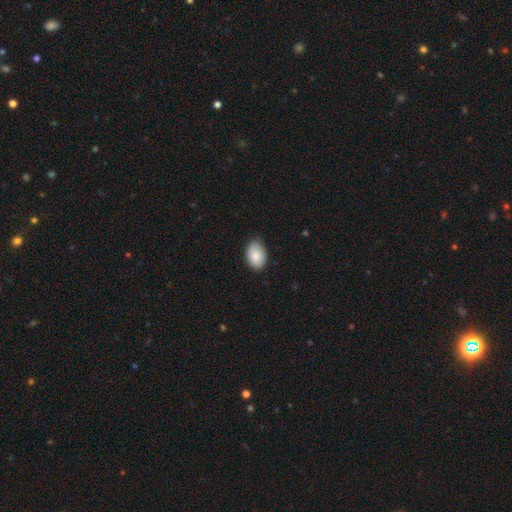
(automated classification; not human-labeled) This is clearly a smooth galaxy (86%). How rounded: clearly in between (89%). Merging: likely none (79%).